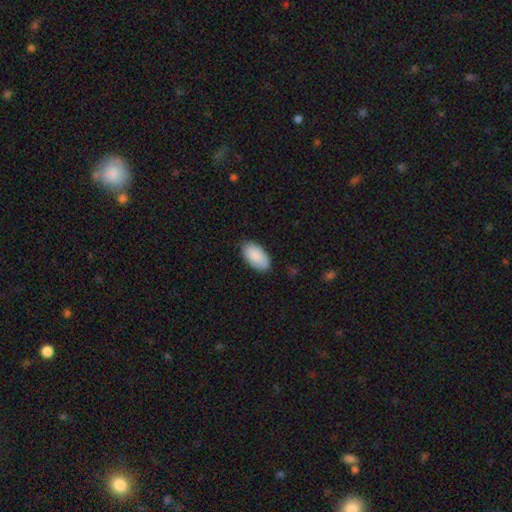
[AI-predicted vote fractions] Overall: smooth (89%). How rounded: in between (96%). Merging: none (82%).